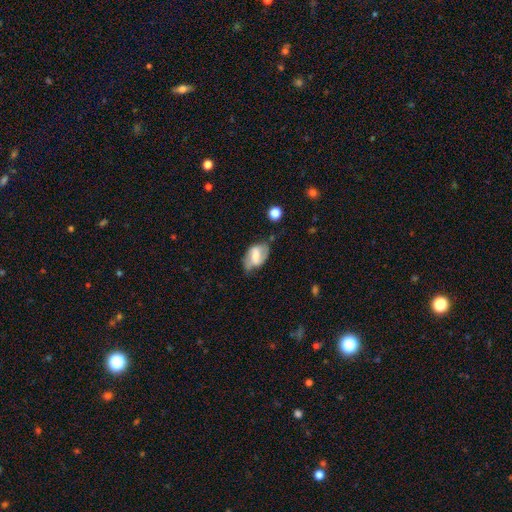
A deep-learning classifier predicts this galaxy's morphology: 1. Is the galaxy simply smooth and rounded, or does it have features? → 50% featured or disk, 42% smooth, 8% star or artifact.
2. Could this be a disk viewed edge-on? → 93% no, 7% yes.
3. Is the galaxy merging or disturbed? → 53% none, 31% minor disturbance, 12% major disturbance, 4% merger.